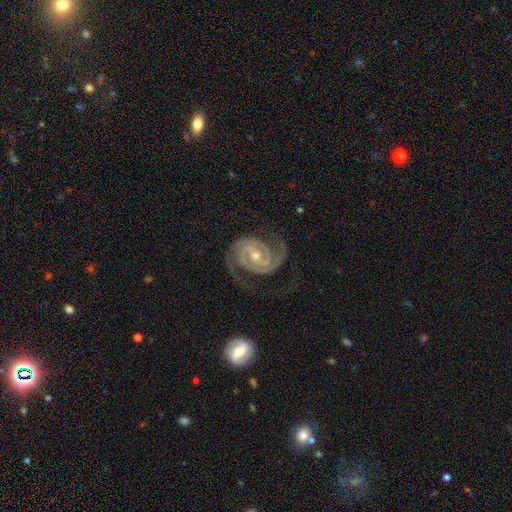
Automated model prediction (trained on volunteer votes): A featured or disk galaxy (94%) with a weak bar (39%), 2 (88%) tight (65%) spiral arms (99%) and a small central bulge (50%).

Vote fractions:
- Smooth or featured? featured or disk: 94% / star or artifact: 4% / smooth: 2%
- Edge-on disk? no: 98% / yes: 2%
- Bar? weak: 39% / no: 37% / strong: 24%
- Spiral arms? yes: 99% / no: 1%
- Spiral winding? tight: 65% / medium: 31% / loose: 4%
- Spiral arm count? 2: 88% / 3: 6% / can't tell: 2% / 4: 2% / 1: 1% / more than 4: 1%
- Bulge size? small: 50% / moderate: 47% / large: 1% / none: 1% / dominant: 1%
- Merging? none: 78% / minor disturbance: 14% / major disturbance: 6% / merger: 2%